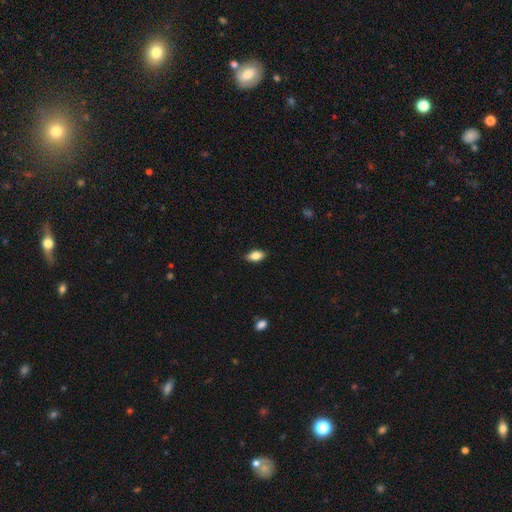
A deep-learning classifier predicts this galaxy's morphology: Smooth or featured?
  - smooth: 81% *
  - featured or disk: 12%
  - star or artifact: 7%
How rounded?
  - in between: 89% *
  - cigar-shaped: 7%
  - round: 5%
Merging?
  - none: 87% *
  - minor disturbance: 10%
  - major disturbance: 2%
  - merger: 1%